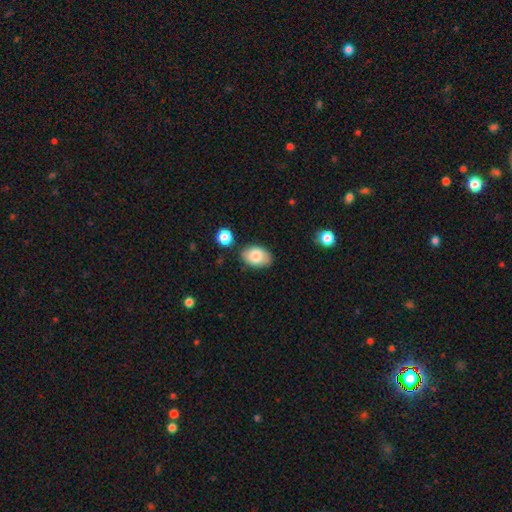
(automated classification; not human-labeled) The model was most divided on "merging": none: 75%, minor disturbance: 17%, merger: 5%, major disturbance: 3%. More confident: how rounded — in between (87%); smooth or featured — smooth (81%).